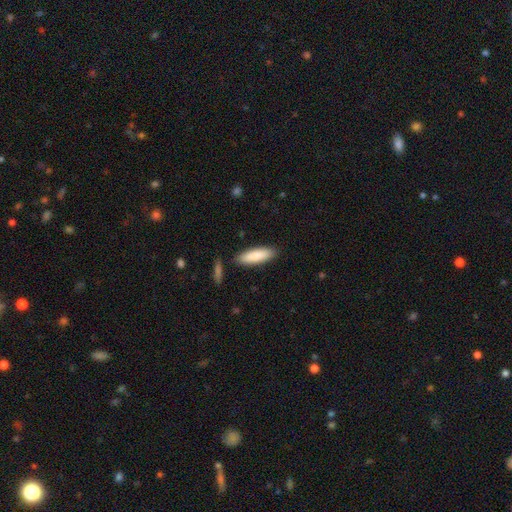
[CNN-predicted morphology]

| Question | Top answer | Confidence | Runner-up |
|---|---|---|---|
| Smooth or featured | smooth | 85% | featured or disk (9%) |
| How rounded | cigar-shaped | 51% | in between (48%) |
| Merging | none | 86% | minor disturbance (10%) |